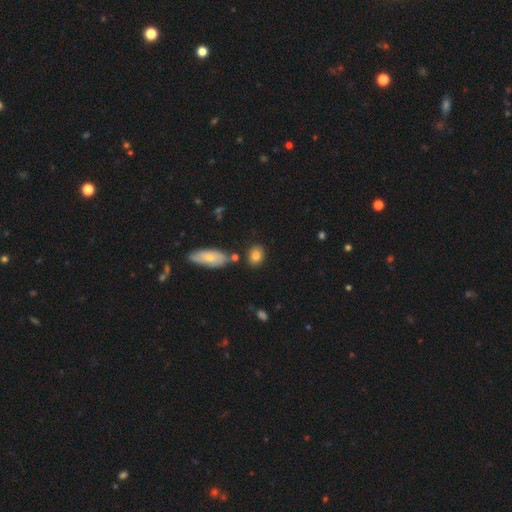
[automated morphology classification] smooth_or_featured: smooth (p=0.82) [alt: featured or disk p=0.09]
how_rounded: in between (p=0.53) [alt: round p=0.45]
merging: none (p=0.75) [alt: minor disturbance p=0.12]